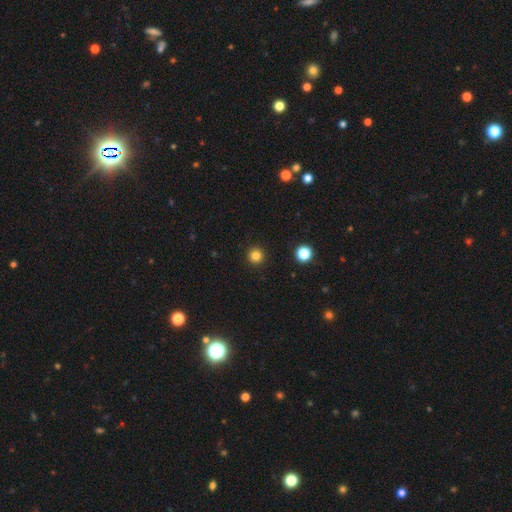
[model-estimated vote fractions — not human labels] smooth 82%, star or artifact 13%, featured or disk 4%. Down the decision tree: how rounded — round (96%); merging — none (93%).